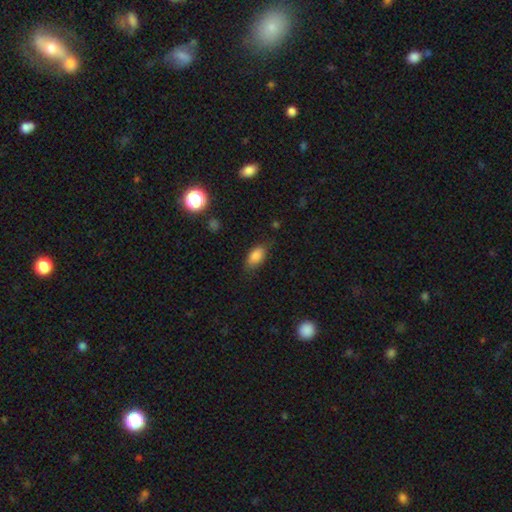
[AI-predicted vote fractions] smooth-or-featured: smooth: 84% | star or artifact: 8% | featured or disk: 7%
  how-rounded: in between: 89% | cigar-shaped: 6% | round: 6%
  merging: none: 73% | minor disturbance: 21% | major disturbance: 5% | merger: 1%